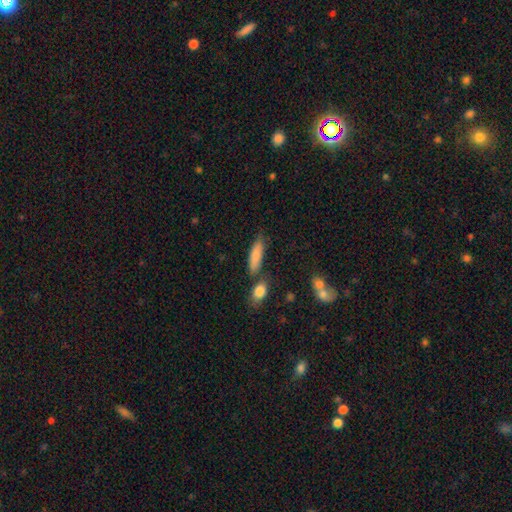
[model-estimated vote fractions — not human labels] A smooth galaxy with no disk features (83%) that is cigar-shaped (57%).

Vote fractions:
- Smooth or featured? smooth: 83% / featured or disk: 10% / star or artifact: 6%
- How rounded? cigar-shaped: 57% / in between: 40% / round: 3%
- Merging? none: 69% / minor disturbance: 14% / merger: 13% / major disturbance: 4%